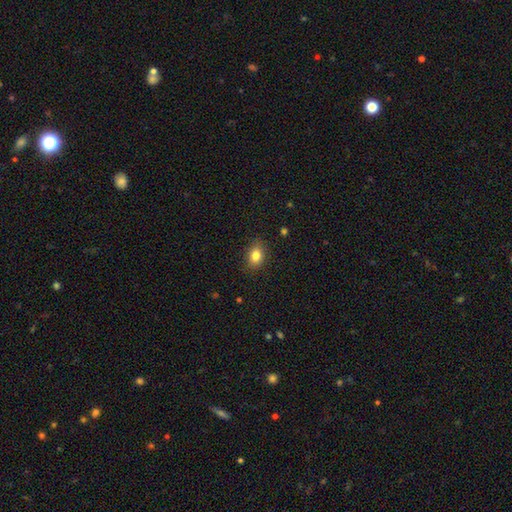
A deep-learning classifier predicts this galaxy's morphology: Smooth or featured: smooth — 83% (star or artifact — 10%)
How rounded: in between — 75% (round — 24%)
Merging: none — 86% (minor disturbance — 11%)